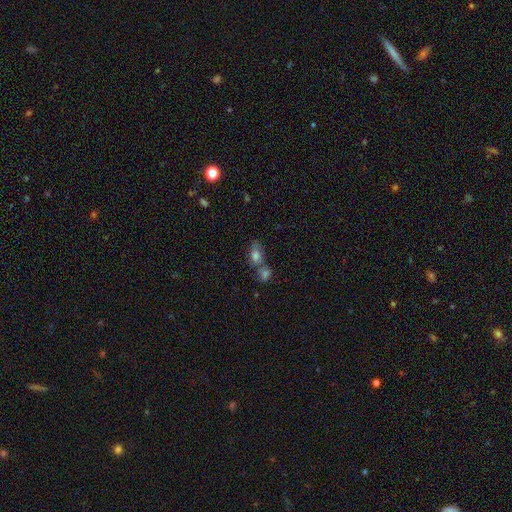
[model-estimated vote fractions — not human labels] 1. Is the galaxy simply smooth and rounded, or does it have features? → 72% smooth, 15% star or artifact, 14% featured or disk.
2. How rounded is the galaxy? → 71% in between, 25% round, 5% cigar-shaped.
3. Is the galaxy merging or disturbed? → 49% merger, 35% none, 11% minor disturbance, 6% major disturbance.